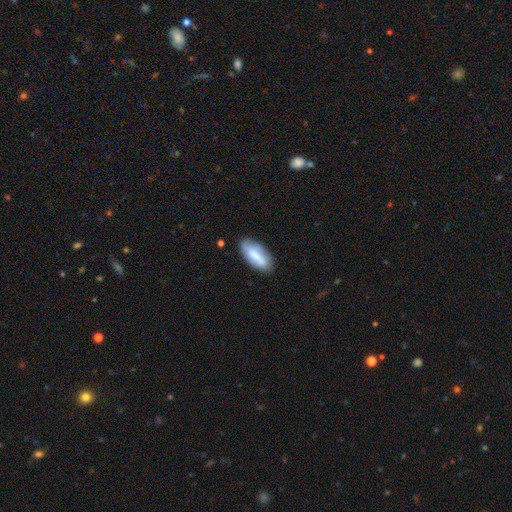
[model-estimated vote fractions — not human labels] Smooth or featured: smooth — 66% (featured or disk — 27%)
How rounded: in between — 80% (cigar-shaped — 17%)
Merging: none — 74% (minor disturbance — 19%)